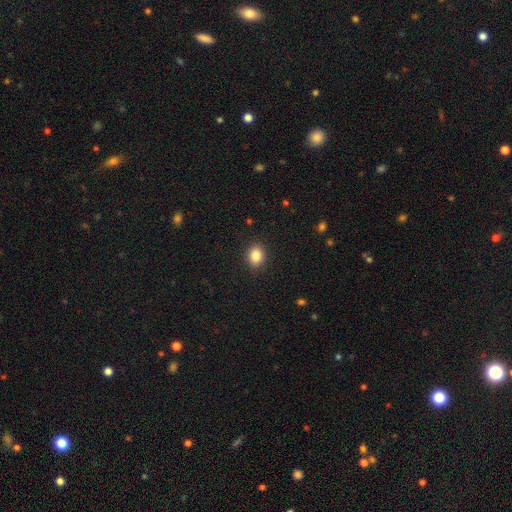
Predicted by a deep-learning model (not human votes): Smooth or featured?
  - smooth: 86% *
  - star or artifact: 9%
  - featured or disk: 4%
How rounded?
  - in between: 51% *
  - round: 48%
  - cigar-shaped: 1%
Merging?
  - none: 90% *
  - minor disturbance: 7%
  - major disturbance: 2%
  - merger: 1%